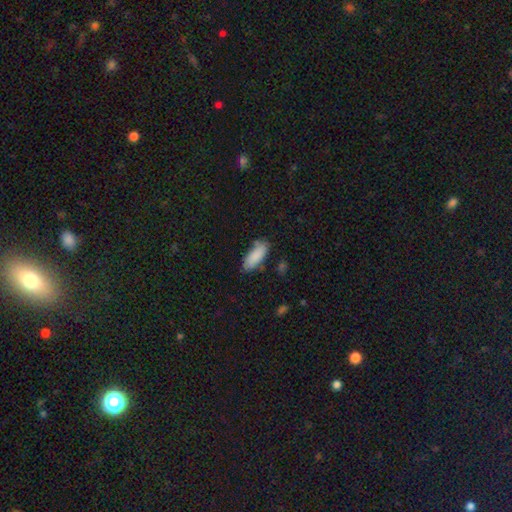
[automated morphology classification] smooth 88%, featured or disk 6%, star or artifact 6%. Down the decision tree: how rounded — in between (77%); merging — none (76%).